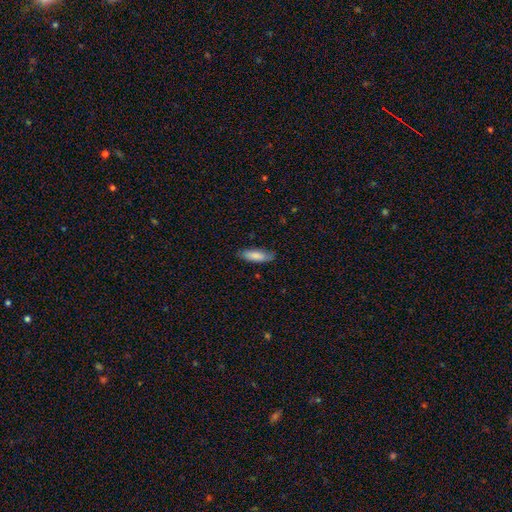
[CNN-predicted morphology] The model was most divided on "how rounded": in between: 54%, cigar-shaped: 45%, round: 1%. More confident: smooth or featured — smooth (84%); merging — none (79%).